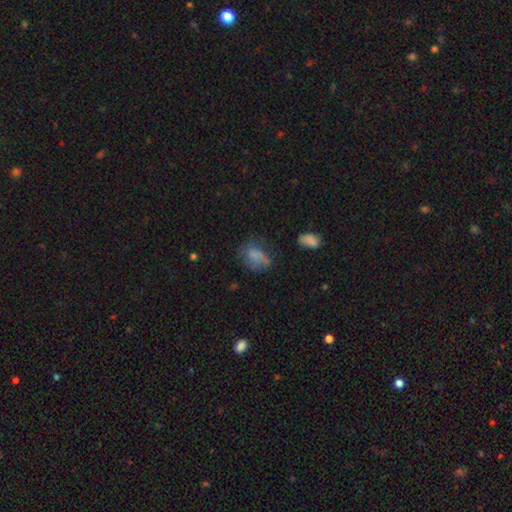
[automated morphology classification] Smooth or featured: smooth — 67% (featured or disk — 20%)
How rounded: in between — 73% (round — 25%)
Merging: none — 36% (major disturbance — 30%)